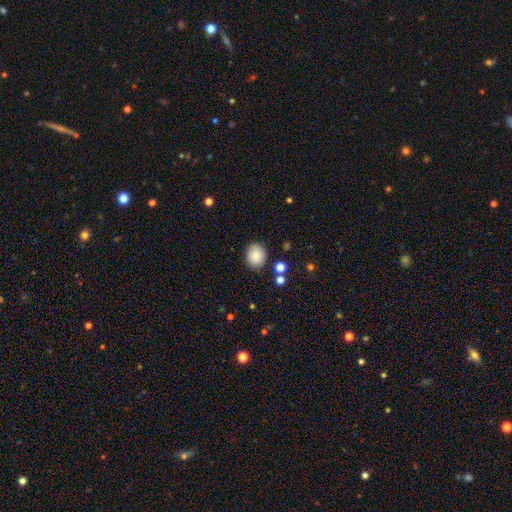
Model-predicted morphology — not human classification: smooth_or_featured: smooth (p=0.84) [alt: star or artifact p=0.09]
how_rounded: round (p=0.66) [alt: in between p=0.33]
merging: none (p=0.81) [alt: minor disturbance p=0.13]